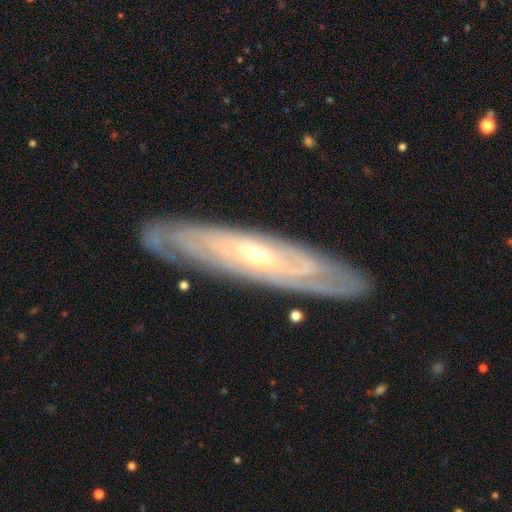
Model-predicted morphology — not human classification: A featured or disk galaxy (83%) with no bar (65%), spiral arms (88%) and a small central bulge (66%). Merging: none (86%).